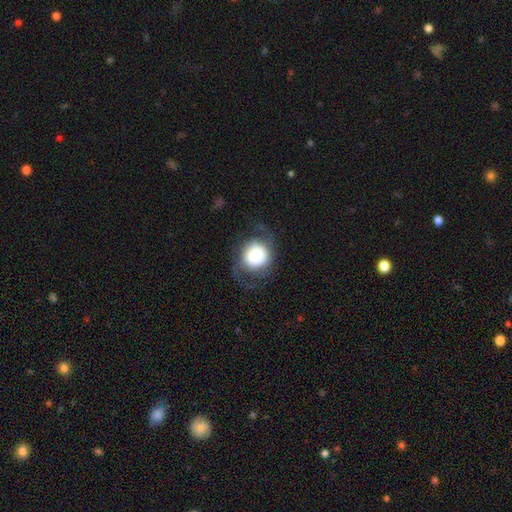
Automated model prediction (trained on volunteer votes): This is possibly a smooth galaxy (58%). How rounded: clearly round (81%). Merging: likely none (64%).